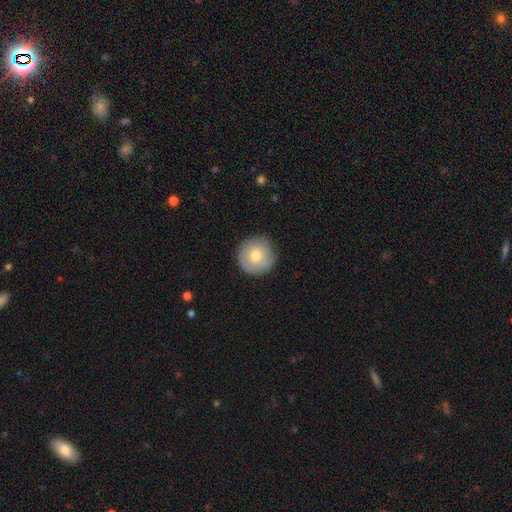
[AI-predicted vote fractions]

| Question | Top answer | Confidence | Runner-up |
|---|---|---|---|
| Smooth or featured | smooth | 70% | featured or disk (23%) |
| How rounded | round | 95% | in between (4%) |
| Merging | none | 84% | minor disturbance (12%) |